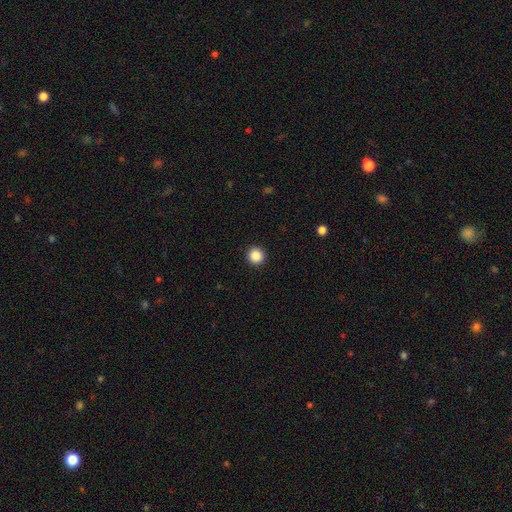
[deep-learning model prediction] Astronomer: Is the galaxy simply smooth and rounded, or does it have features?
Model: smooth — 87%.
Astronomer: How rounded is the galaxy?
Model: round — 95%.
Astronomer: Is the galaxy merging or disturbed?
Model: none — 93%.